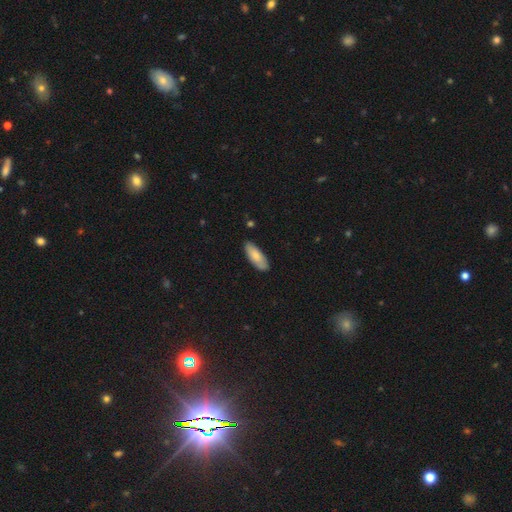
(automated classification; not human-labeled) A smooth galaxy with no disk features (79%) that is in between round and cigar-shaped (72%).

Vote fractions:
- Smooth or featured? smooth: 79% / featured or disk: 16% / star or artifact: 6%
- How rounded? in between: 72% / cigar-shaped: 26% / round: 2%
- Merging? none: 84% / minor disturbance: 12% / major disturbance: 2% / merger: 1%